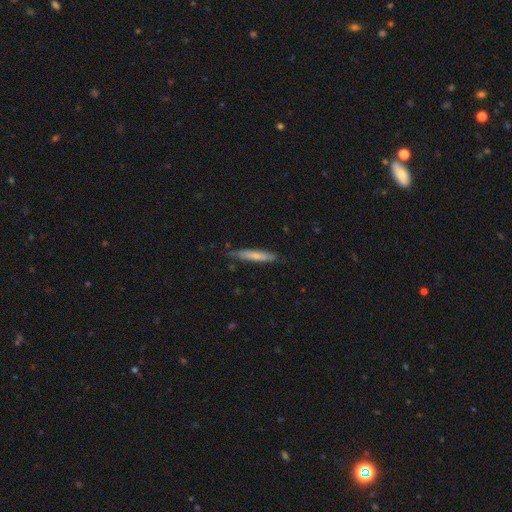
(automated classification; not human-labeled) Smooth or featured?
  - smooth: 66% *
  - featured or disk: 29%
  - star or artifact: 6%
How rounded?
  - cigar-shaped: 92% *
  - in between: 7%
  - round: 1%
Merging?
  - none: 78% *
  - minor disturbance: 18%
  - major disturbance: 2%
  - merger: 2%